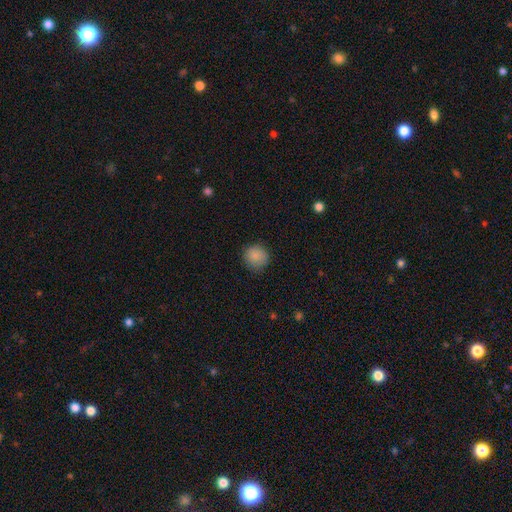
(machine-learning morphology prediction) Overall: smooth (87%). How rounded: round (90%). Merging: none (85%).